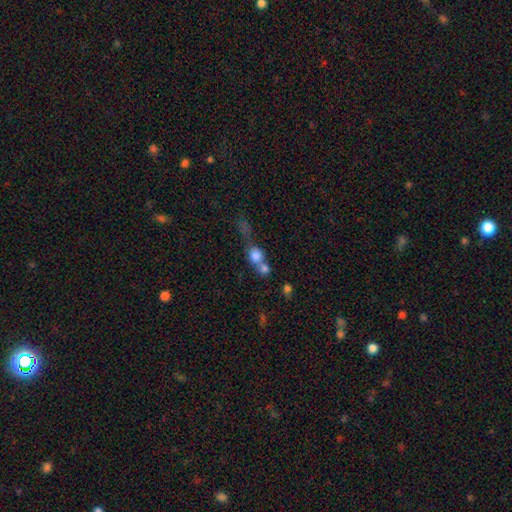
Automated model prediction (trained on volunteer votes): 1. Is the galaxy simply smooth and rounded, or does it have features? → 72% smooth, 16% featured or disk, 12% star or artifact.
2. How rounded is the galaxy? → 71% round, 25% in between, 4% cigar-shaped.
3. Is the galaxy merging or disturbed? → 62% merger, 24% none, 7% minor disturbance, 7% major disturbance.